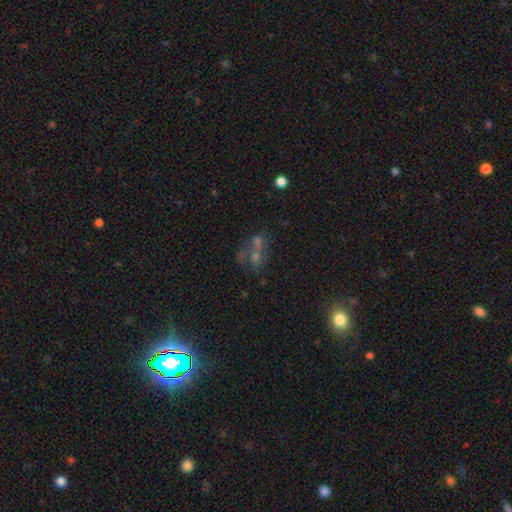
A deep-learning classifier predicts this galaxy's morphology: The model was most divided on "smooth or featured": star or artifact: 42%, smooth: 30%, featured or disk: 28%.